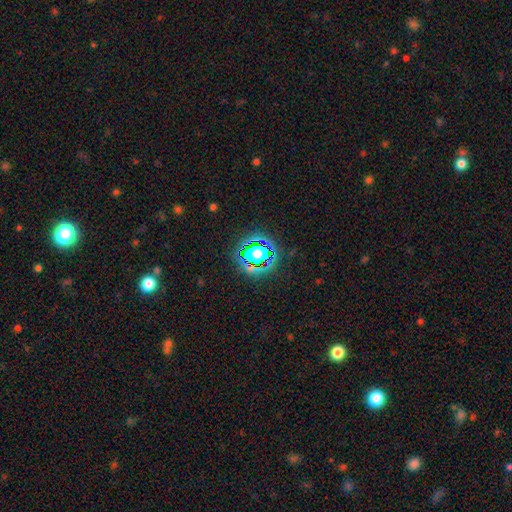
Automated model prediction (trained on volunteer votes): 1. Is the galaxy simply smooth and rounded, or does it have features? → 67% star or artifact, 23% smooth, 9% featured or disk.